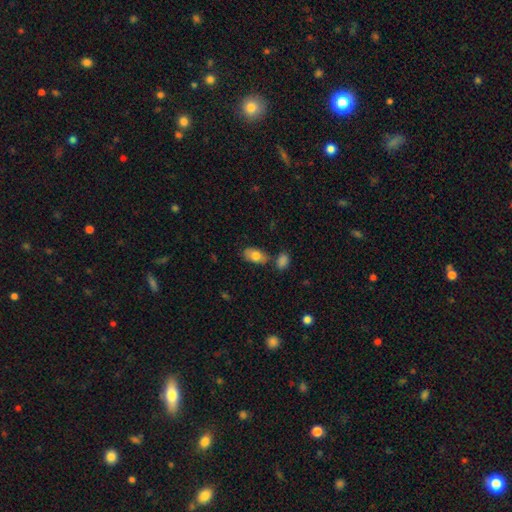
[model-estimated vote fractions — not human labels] A smooth galaxy with no disk features (79%) that is in between round and cigar-shaped (92%). Merging: none (65%).